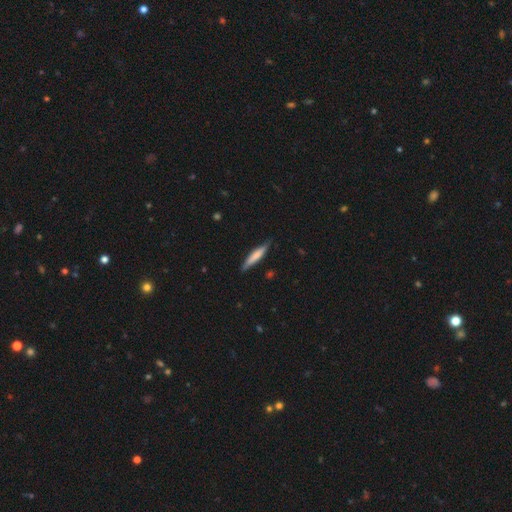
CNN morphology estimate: Smooth or featured?
  - smooth: 63% *
  - featured or disk: 32%
  - star or artifact: 6%
How rounded?
  - cigar-shaped: 90% *
  - in between: 9%
  - round: 1%
Merging?
  - none: 84% *
  - minor disturbance: 13%
  - major disturbance: 2%
  - merger: 1%